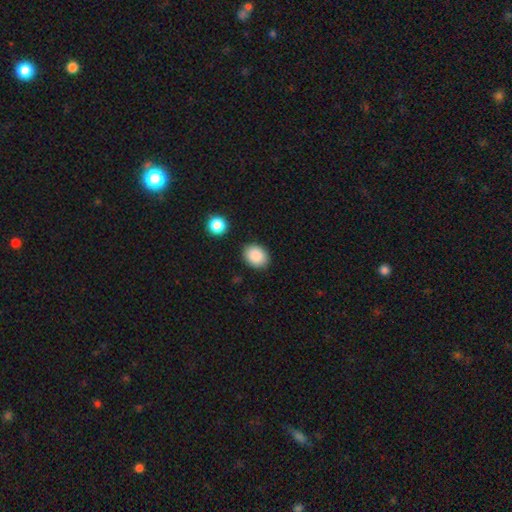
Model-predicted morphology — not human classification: This appears to be a smooth galaxy with no disk features (88%) that is in between round and cigar-shaped (57%). Merging: none (86%).